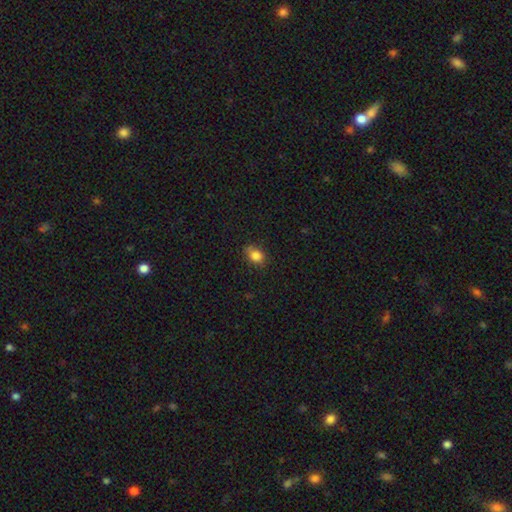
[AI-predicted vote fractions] smooth_or_featured: smooth (p=0.83) [alt: star or artifact p=0.11]
how_rounded: in between (p=0.60) [alt: round p=0.38]
merging: none (p=0.73) [alt: minor disturbance p=0.21]